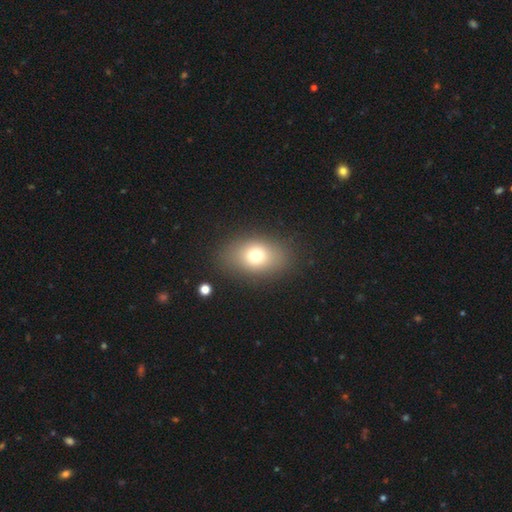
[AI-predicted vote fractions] This is likely a smooth galaxy (74%). How rounded: likely in between (76%). Merging: clearly none (84%).